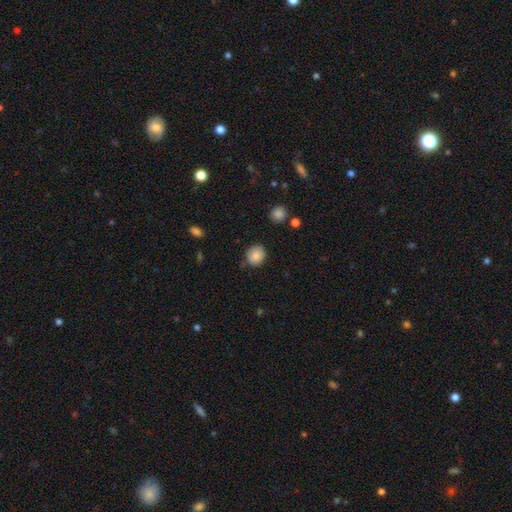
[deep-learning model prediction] Morphology: type=smooth (85%); roundness=round (81%); merging=none (77%).